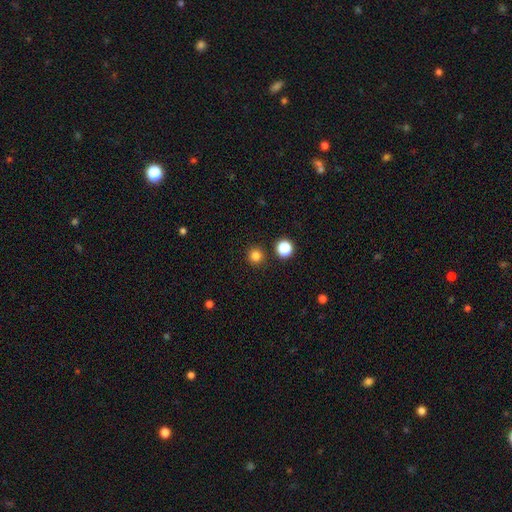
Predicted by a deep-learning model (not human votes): smooth 81%, star or artifact 14%, featured or disk 4%. Down the decision tree: how rounded — round (95%); merging — none (91%).